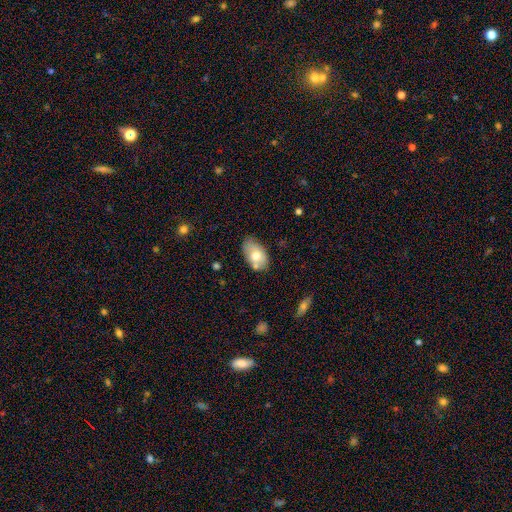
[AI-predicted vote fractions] smooth-or-featured: smooth: 69% | featured or disk: 24% | star or artifact: 7%
  how-rounded: in between: 92% | round: 7% | cigar-shaped: 1%
  merging: none: 67% | minor disturbance: 20% | merger: 9% | major disturbance: 4%